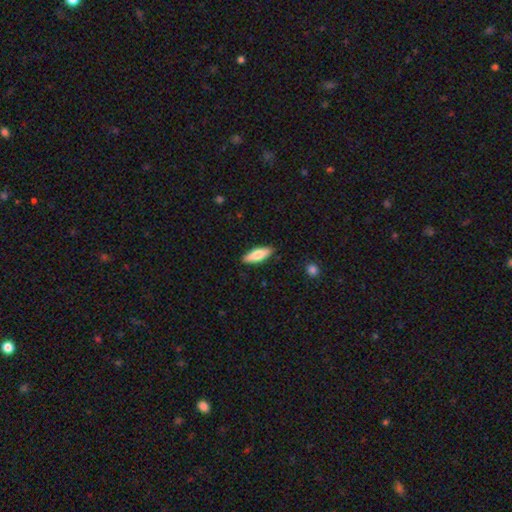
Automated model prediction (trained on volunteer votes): Smooth or featured: smooth — 74% (featured or disk — 20%)
How rounded: in between — 59% (cigar-shaped — 39%)
Merging: none — 88% (minor disturbance — 9%)